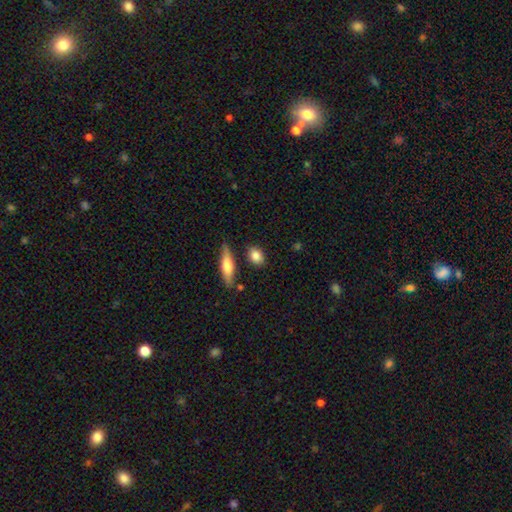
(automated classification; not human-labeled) smooth_or_featured: smooth (p=0.83) [alt: featured or disk p=0.10]
how_rounded: in between (p=0.58) [alt: round p=0.35]
merging: none (p=0.81) [alt: minor disturbance p=0.11]